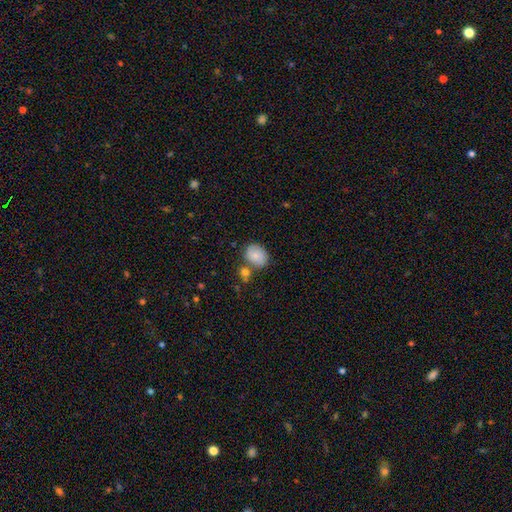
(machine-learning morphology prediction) A smooth galaxy with no disk features (79%) that is in between round and cigar-shaped (54%).

Vote fractions:
- Smooth or featured? smooth: 79% / featured or disk: 13% / star or artifact: 8%
- How rounded? in between: 54% / round: 45% / cigar-shaped: 1%
- Merging? none: 62% / merger: 17% / minor disturbance: 17% / major disturbance: 4%